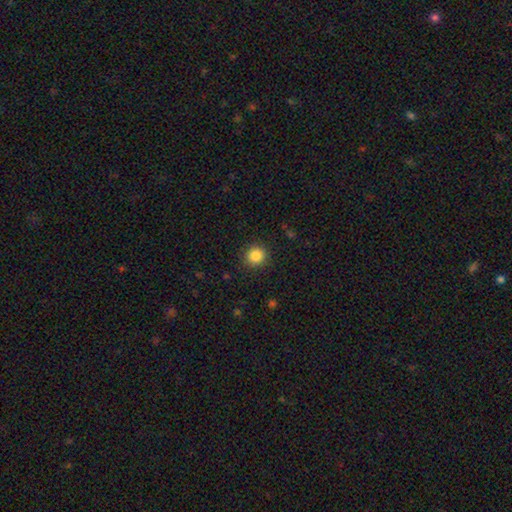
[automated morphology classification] Q: Smooth or featured?
A: smooth (85%); runner-up: star or artifact (10%)
Q: How rounded?
A: round (92%); runner-up: in between (7%)
Q: Merging?
A: none (90%); runner-up: minor disturbance (7%)